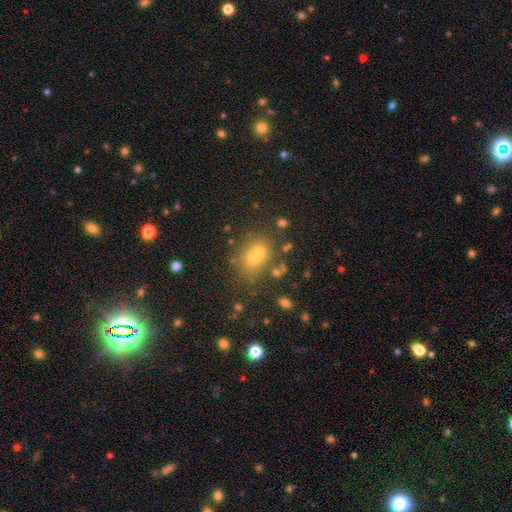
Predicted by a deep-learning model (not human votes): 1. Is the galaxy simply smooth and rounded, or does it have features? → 57% smooth, 22% star or artifact, 22% featured or disk.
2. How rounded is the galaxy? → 49% round (tied), 49% in between (tied), 2% cigar-shaped.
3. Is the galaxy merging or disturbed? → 43% merger, 41% none, 10% minor disturbance, 6% major disturbance.